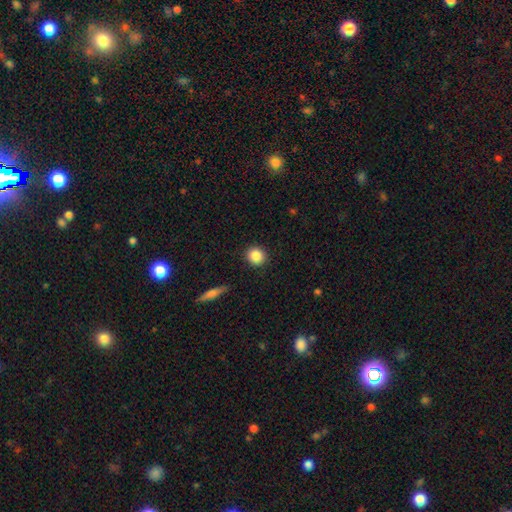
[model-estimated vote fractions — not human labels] smooth-or-featured: smooth: 87% | star or artifact: 9% | featured or disk: 5%
  how-rounded: round: 90% | in between: 9% | cigar-shaped: 1%
  merging: none: 91% | minor disturbance: 6% | major disturbance: 2% | merger: 1%